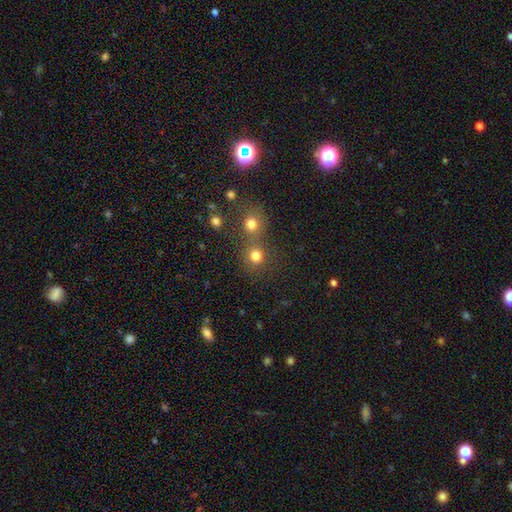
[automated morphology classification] Q: Smooth or featured?
A: smooth (79%); runner-up: star or artifact (15%)
Q: How rounded?
A: round (89%); runner-up: in between (10%)
Q: Merging?
A: none (59%); runner-up: merger (31%)